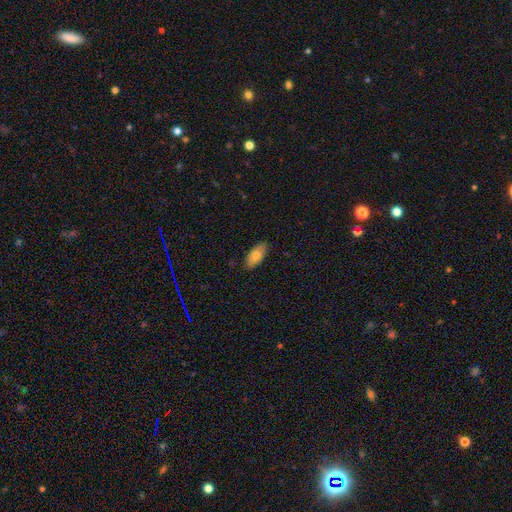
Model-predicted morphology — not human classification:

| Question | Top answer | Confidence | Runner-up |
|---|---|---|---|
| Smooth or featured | smooth | 79% | featured or disk (14%) |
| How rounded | in between | 90% | cigar-shaped (8%) |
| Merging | none | 84% | minor disturbance (12%) |